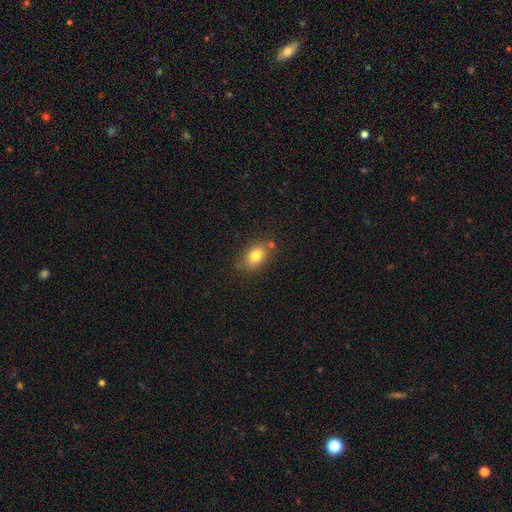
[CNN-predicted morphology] The model was most divided on "how rounded": in between: 76%, round: 23%, cigar-shaped: 2%. More confident: smooth or featured — smooth (81%); merging — none (74%).